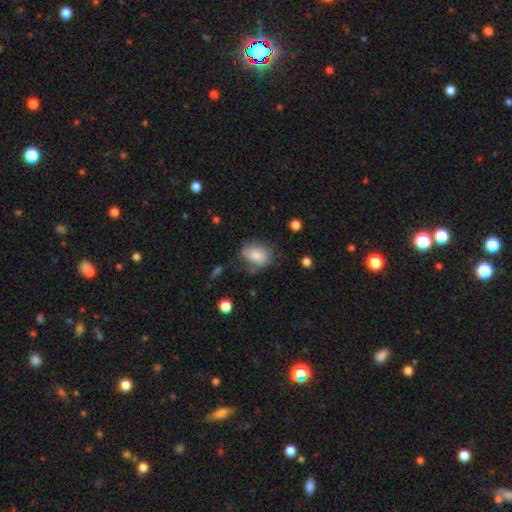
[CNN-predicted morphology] This appears to be a smooth galaxy with no disk features (69%) that is in between round and cigar-shaped (62%). Merging: none (55%).